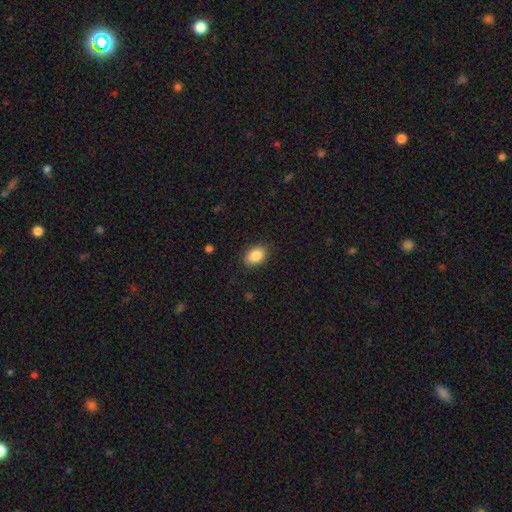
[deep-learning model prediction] A smooth galaxy with no disk features (87%) that is in between round and cigar-shaped (84%). Merging: none (88%).